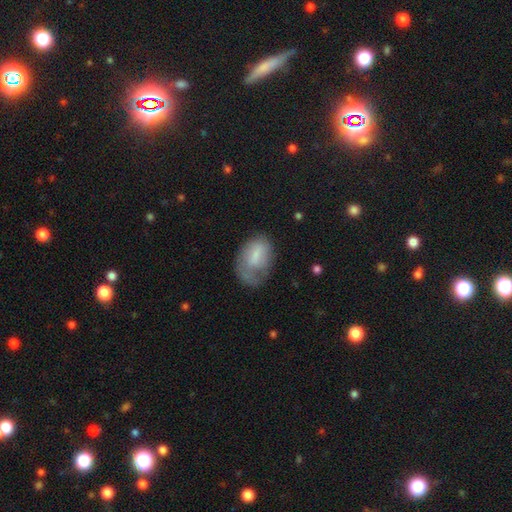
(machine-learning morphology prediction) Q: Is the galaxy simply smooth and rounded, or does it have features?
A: smooth — 65%.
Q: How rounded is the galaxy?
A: in between — 83%.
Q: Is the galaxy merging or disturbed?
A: none — 36%.